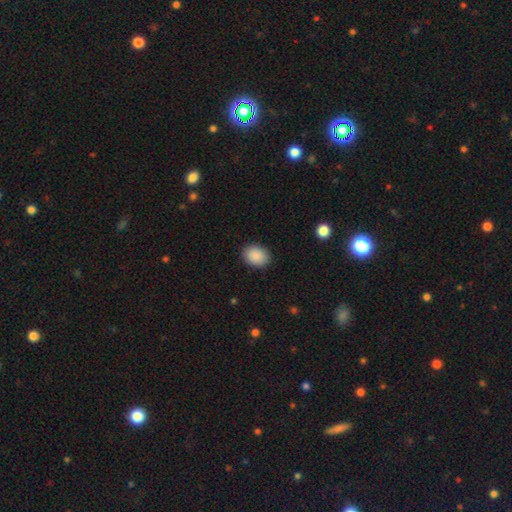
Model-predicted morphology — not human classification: Smooth or featured? smooth (90%)
How rounded? in between (61%)
Merging? none (89%)